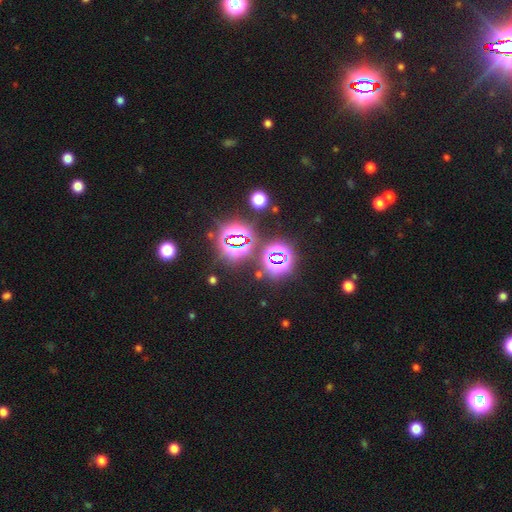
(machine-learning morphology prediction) smooth_or_featured: star or artifact (p=0.79) [alt: smooth p=0.14]